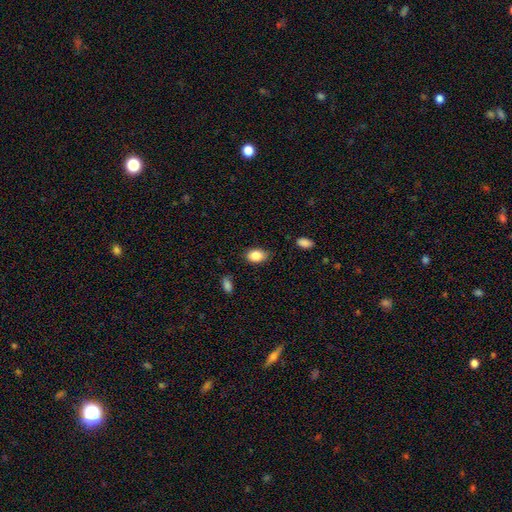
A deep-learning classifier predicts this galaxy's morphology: smooth 86%, star or artifact 8%, featured or disk 6%. Down the decision tree: how rounded — in between (85%); merging — none (76%).